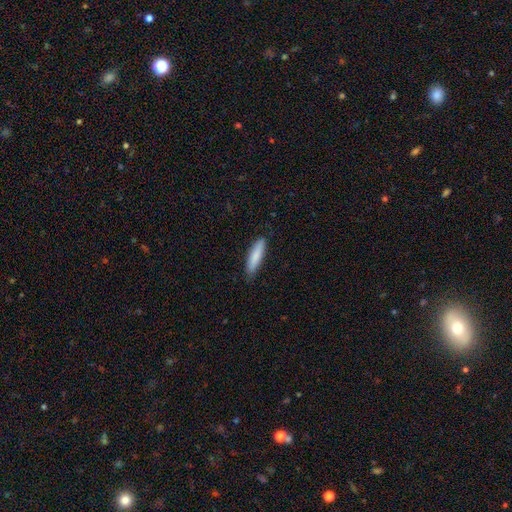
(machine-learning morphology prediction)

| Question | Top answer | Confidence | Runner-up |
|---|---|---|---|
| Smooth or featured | smooth | 84% | featured or disk (10%) |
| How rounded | cigar-shaped | 77% | in between (21%) |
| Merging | none | 85% | minor disturbance (12%) |